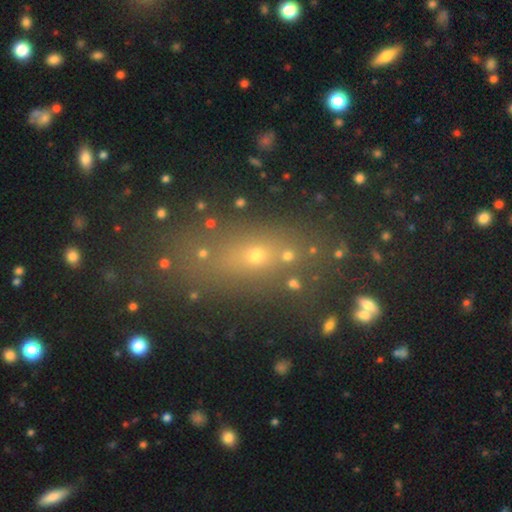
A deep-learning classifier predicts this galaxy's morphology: Smooth or featured? Predicted: smooth (p=0.43). Merging? Predicted: none (p=0.71).